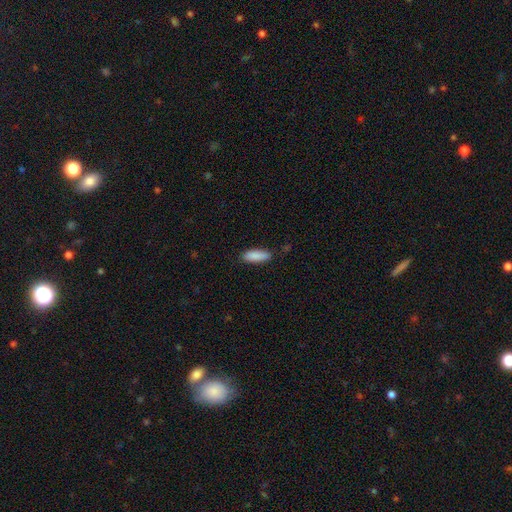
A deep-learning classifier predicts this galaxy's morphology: This appears to be a smooth galaxy with no disk features (89%) that is in between round and cigar-shaped (65%). Merging: none (84%).